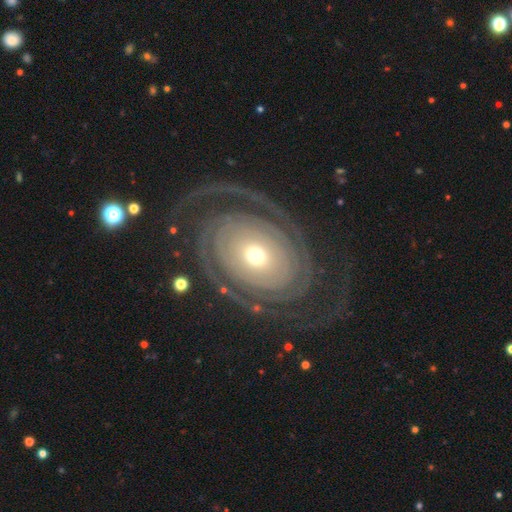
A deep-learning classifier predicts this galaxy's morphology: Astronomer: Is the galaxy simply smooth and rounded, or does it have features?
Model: featured or disk — 88%.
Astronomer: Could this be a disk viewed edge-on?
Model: no — 96%.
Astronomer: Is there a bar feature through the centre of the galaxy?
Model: no — 82%.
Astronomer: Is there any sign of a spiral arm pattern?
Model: yes — 92%.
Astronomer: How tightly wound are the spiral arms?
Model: tight — 74%.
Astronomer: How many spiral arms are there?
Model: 2 — 48%.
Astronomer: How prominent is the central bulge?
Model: small — 48% (runner-up: moderate, 44%).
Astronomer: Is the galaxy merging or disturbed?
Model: none — 69%.